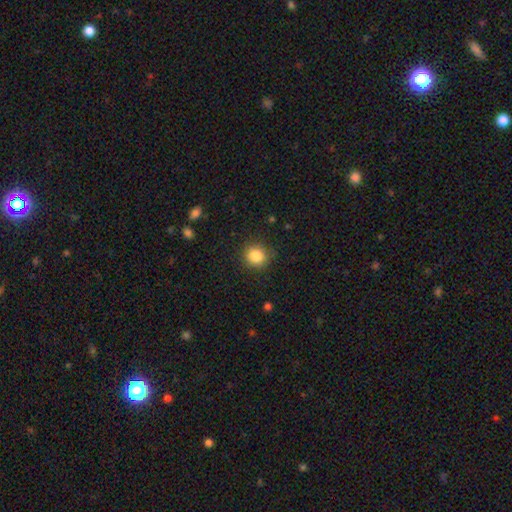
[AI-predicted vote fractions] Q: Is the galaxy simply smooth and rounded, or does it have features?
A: smooth — 85%.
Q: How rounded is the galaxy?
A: round — 90%.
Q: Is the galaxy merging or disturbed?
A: none — 87%.